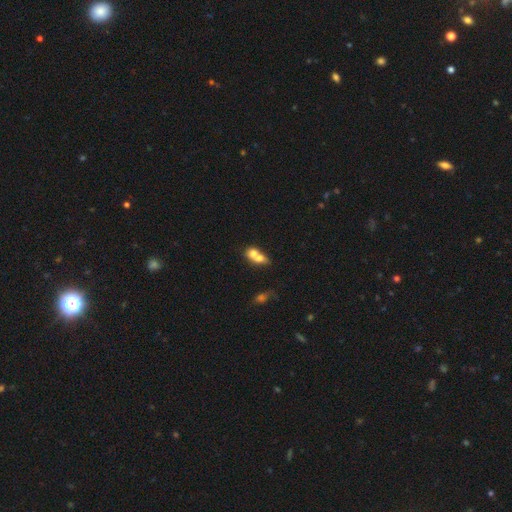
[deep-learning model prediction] smooth_or_featured: smooth (p=0.67) [alt: featured or disk p=0.24]
how_rounded: in between (p=0.49) [alt: round p=0.47]
merging: merger (p=0.71) [alt: none p=0.19]